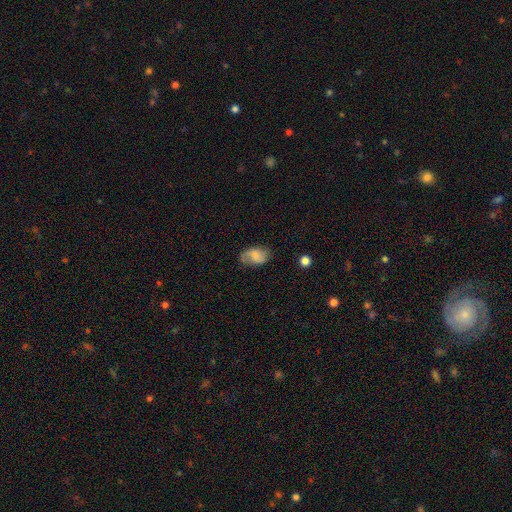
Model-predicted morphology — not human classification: smooth-or-featured: smooth: 64% | featured or disk: 27% | star or artifact: 8%
  how-rounded: in between: 88% | round: 10% | cigar-shaped: 2%
  merging: none: 63% | minor disturbance: 27% | major disturbance: 9% | merger: 2%